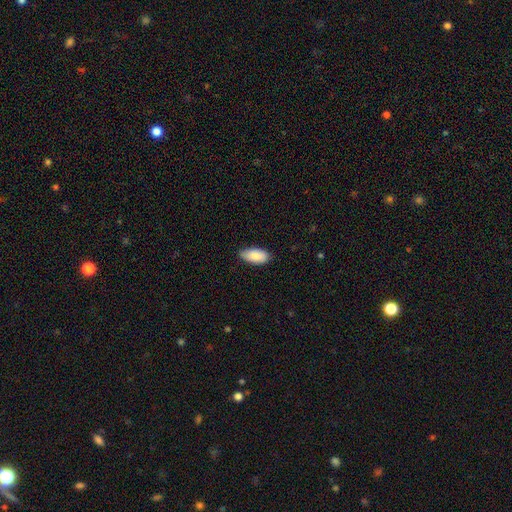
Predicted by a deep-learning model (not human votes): This appears to be a smooth galaxy with no disk features (87%) that is in between round and cigar-shaped (93%). Merging: none (80%).